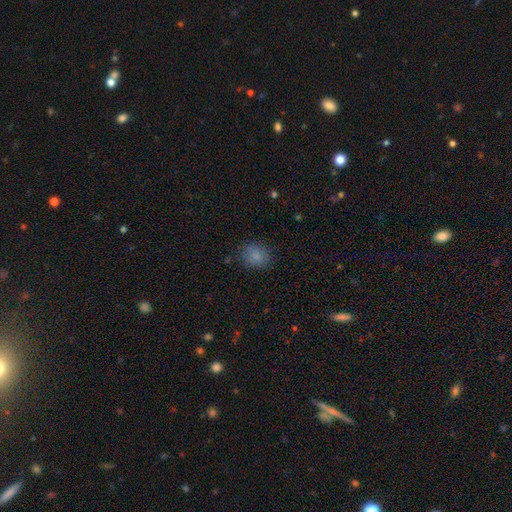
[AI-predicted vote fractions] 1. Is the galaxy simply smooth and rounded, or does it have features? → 84% smooth, 10% star or artifact, 7% featured or disk.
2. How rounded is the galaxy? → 64% round, 35% in between, 1% cigar-shaped.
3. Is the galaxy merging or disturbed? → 80% none, 15% minor disturbance, 4% major disturbance, 1% merger.